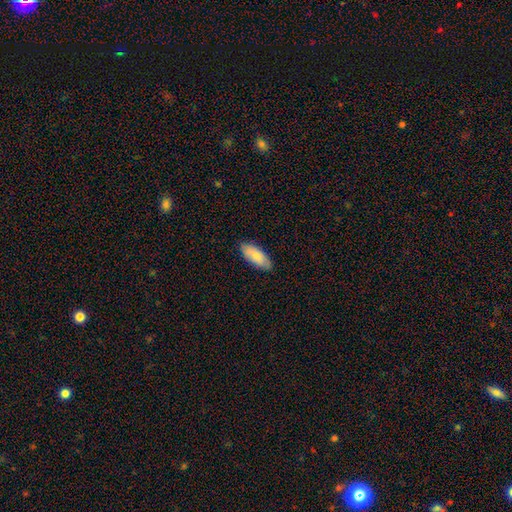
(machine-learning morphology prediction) Q: Smooth or featured?
A: smooth (84%); runner-up: featured or disk (10%)
Q: How rounded?
A: in between (80%); runner-up: cigar-shaped (19%)
Q: Merging?
A: none (85%); runner-up: minor disturbance (12%)